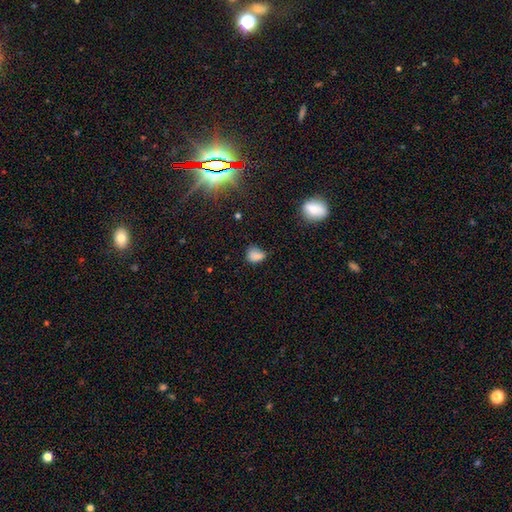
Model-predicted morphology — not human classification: smooth 78%, star or artifact 14%, featured or disk 8%. Down the decision tree: how rounded — in between (60%); merging — none (45%).